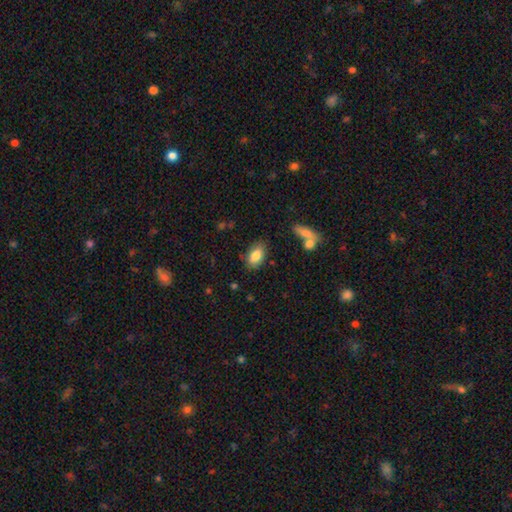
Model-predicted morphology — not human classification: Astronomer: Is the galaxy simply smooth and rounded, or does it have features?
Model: smooth — 83%.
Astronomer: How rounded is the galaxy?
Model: in between — 91%.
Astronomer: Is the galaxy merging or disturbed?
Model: none — 81%.